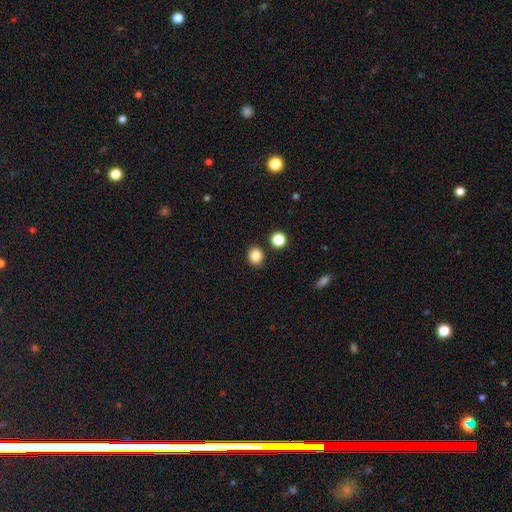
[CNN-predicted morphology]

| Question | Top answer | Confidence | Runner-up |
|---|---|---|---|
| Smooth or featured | smooth | 85% | star or artifact (11%) |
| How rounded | round | 72% | in between (27%) |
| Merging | none | 87% | minor disturbance (7%) |